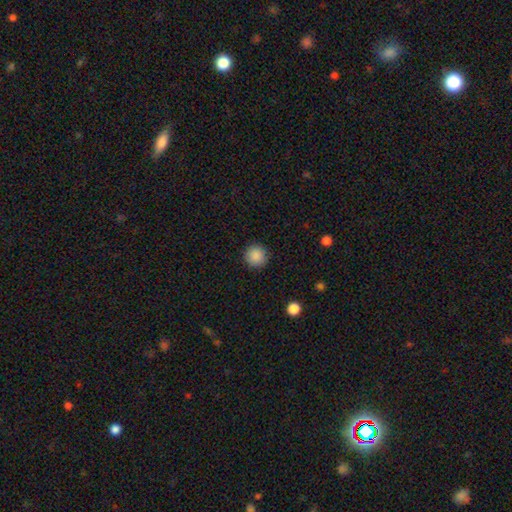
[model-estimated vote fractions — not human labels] Overall: smooth (88%). How rounded: round (95%). Merging: none (91%).